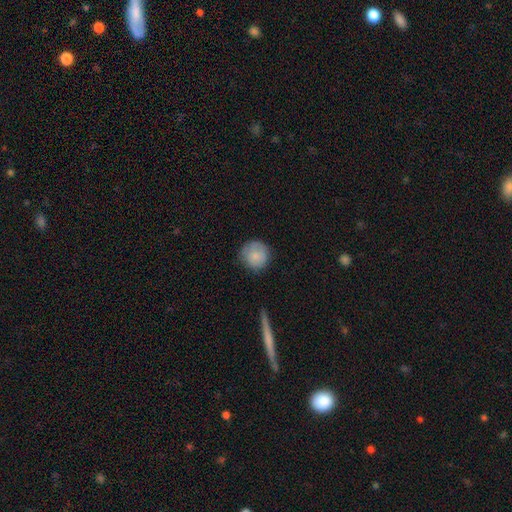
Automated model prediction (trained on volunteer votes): Smooth or featured?
  - smooth: 83% *
  - featured or disk: 10%
  - star or artifact: 7%
How rounded?
  - round: 93% *
  - in between: 6%
  - cigar-shaped: 1%
Merging?
  - none: 79% *
  - minor disturbance: 16%
  - major disturbance: 4%
  - merger: 1%